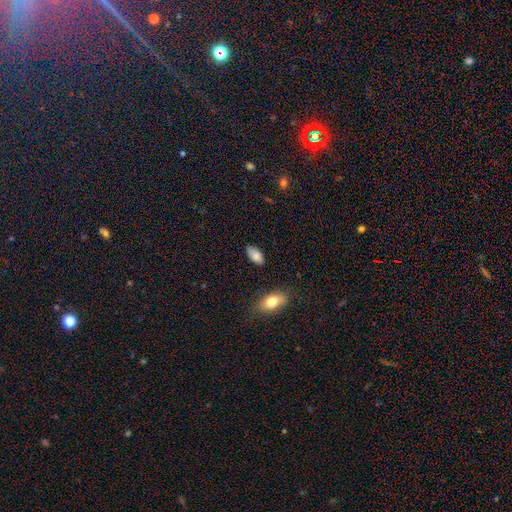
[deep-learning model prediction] Smooth or featured?
  - smooth: 82% *
  - featured or disk: 10%
  - star or artifact: 8%
How rounded?
  - in between: 92% *
  - cigar-shaped: 5%
  - round: 3%
Merging?
  - none: 78% *
  - minor disturbance: 17%
  - major disturbance: 3%
  - merger: 2%